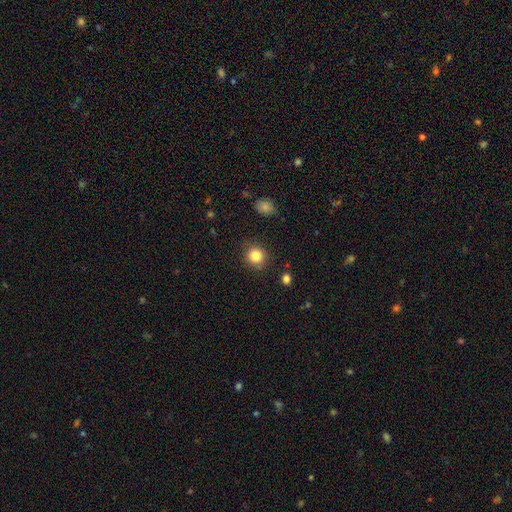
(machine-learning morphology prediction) Overall: smooth (85%). How rounded: round (86%). Merging: none (83%).